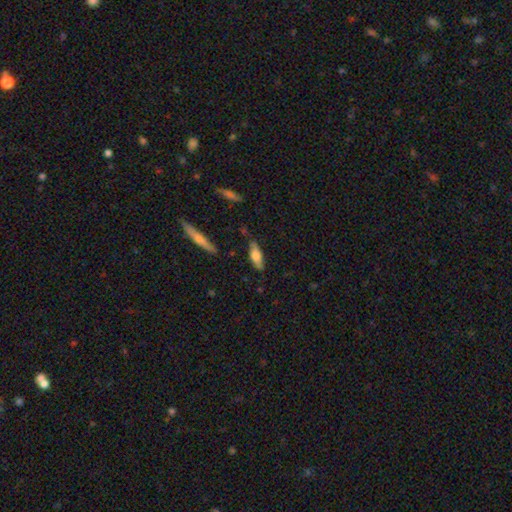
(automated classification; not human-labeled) smooth 61%, featured or disk 33%, star or artifact 6%. Down the decision tree: how rounded — in between (55%); merging — none (80%).